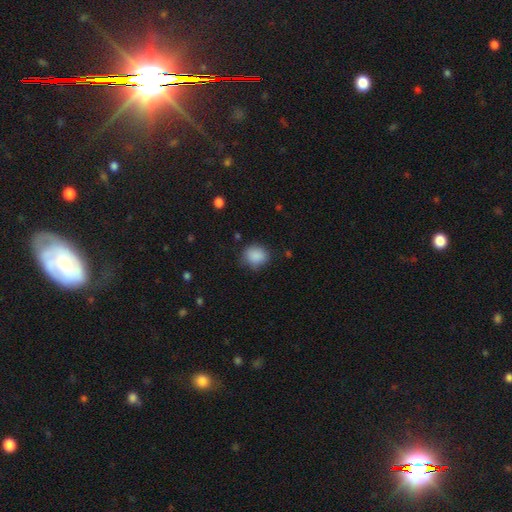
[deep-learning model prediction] Smooth or featured?
  - smooth: 88% *
  - star or artifact: 9%
  - featured or disk: 4%
How rounded?
  - round: 71% *
  - in between: 28%
  - cigar-shaped: 1%
Merging?
  - none: 78% *
  - minor disturbance: 16%
  - major disturbance: 4%
  - merger: 1%